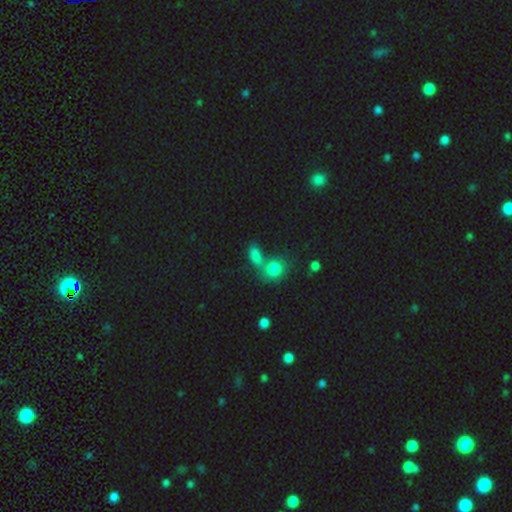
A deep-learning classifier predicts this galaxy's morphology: A smooth galaxy with no disk features (74%) that is in between round and cigar-shaped (66%).

Vote fractions:
- Smooth or featured? smooth: 74% / star or artifact: 17% / featured or disk: 8%
- How rounded? in between: 66% / round: 28% / cigar-shaped: 6%
- Merging? merger: 43% / none: 39% / minor disturbance: 11% / major disturbance: 6%